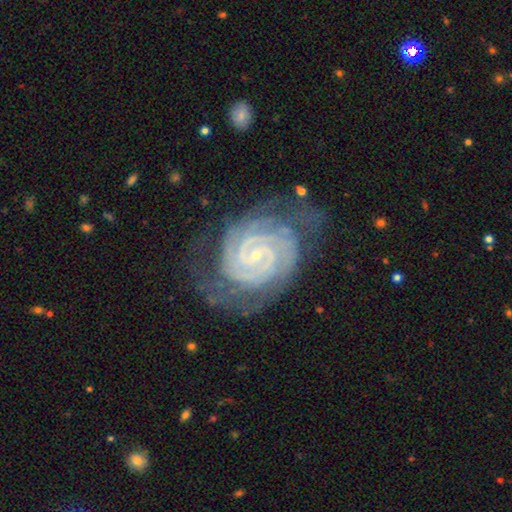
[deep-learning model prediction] This is clearly a featured or disk galaxy (93%). It is clearly not viewed edge-on (98%). Bar: possibly no (50%). Spiral arm pattern: clearly yes (99%). Spiral arm count: possibly 2 (48%). Spiral winding: clearly tight (85%). Central bulge: clearly small (86%). Merging: likely none (67%).